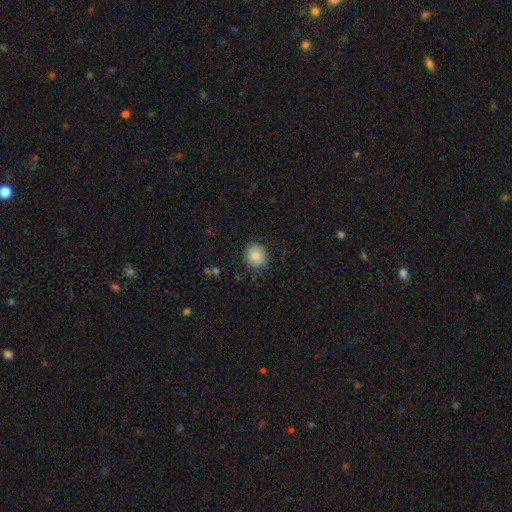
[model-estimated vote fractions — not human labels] Morphology: type=smooth (85%); roundness=round (85%); merging=none (80%).